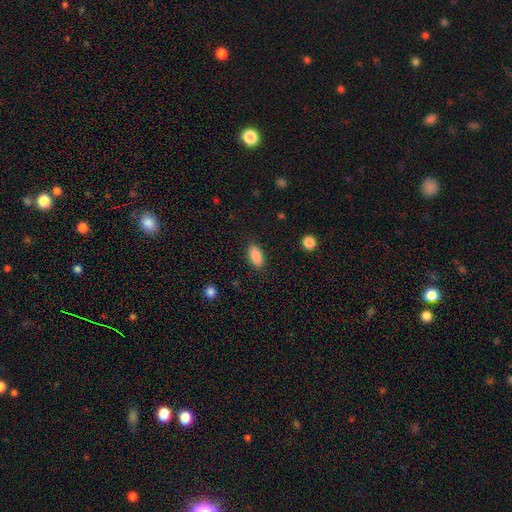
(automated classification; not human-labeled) smooth_or_featured: smooth (p=0.88) [alt: star or artifact p=0.07]
how_rounded: in between (p=0.90) [alt: cigar-shaped p=0.06]
merging: none (p=0.86) [alt: minor disturbance p=0.10]